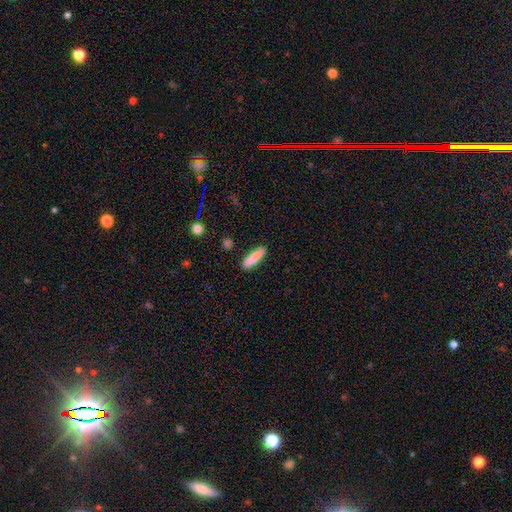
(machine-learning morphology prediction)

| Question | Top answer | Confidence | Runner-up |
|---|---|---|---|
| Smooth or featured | smooth | 86% | featured or disk (7%) |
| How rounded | cigar-shaped | 73% | in between (26%) |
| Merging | none | 87% | minor disturbance (9%) |